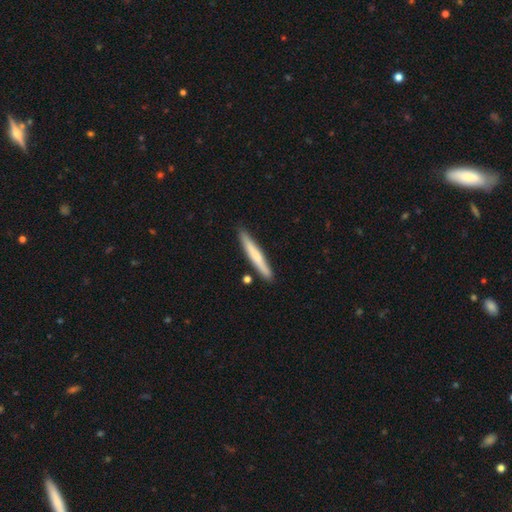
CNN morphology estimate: smooth-or-featured: smooth: 65% | featured or disk: 30% | star or artifact: 5%
  how-rounded: cigar-shaped: 96% | in between: 3% | round: 1%
  merging: none: 87% | minor disturbance: 9% | merger: 3% | major disturbance: 2%